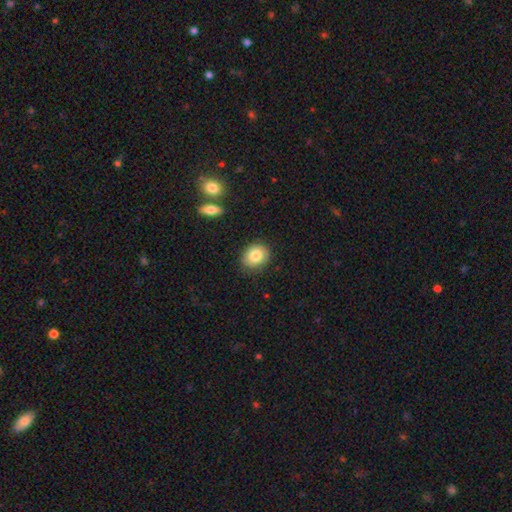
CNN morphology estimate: Smooth or featured?
  - smooth: 80% *
  - featured or disk: 12%
  - star or artifact: 8%
How rounded?
  - round: 62% *
  - in between: 37%
  - cigar-shaped: 1%
Merging?
  - none: 82% *
  - minor disturbance: 13%
  - major disturbance: 3%
  - merger: 1%